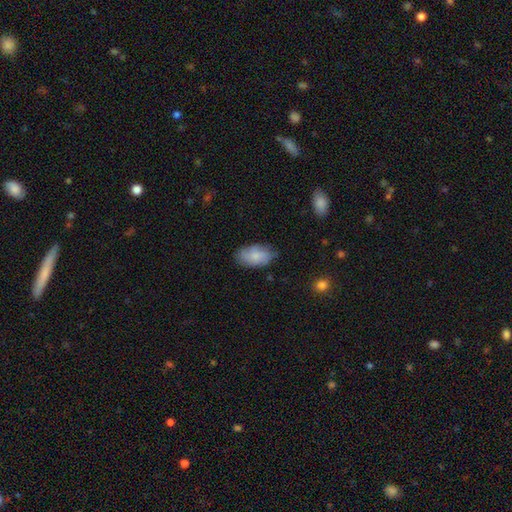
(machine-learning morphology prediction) smooth_or_featured: smooth (p=0.76) [alt: featured or disk p=0.17]
how_rounded: in between (p=0.94) [alt: round p=0.04]
merging: none (p=0.74) [alt: minor disturbance p=0.21]